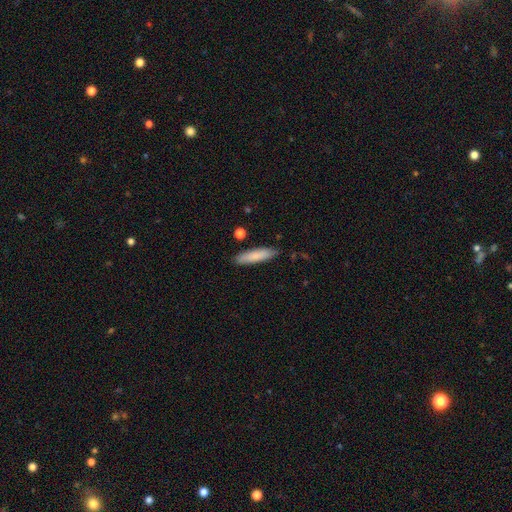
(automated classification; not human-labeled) This appears to be a smooth galaxy with no disk features (82%) that is cigar-shaped (75%). Merging: none (85%).